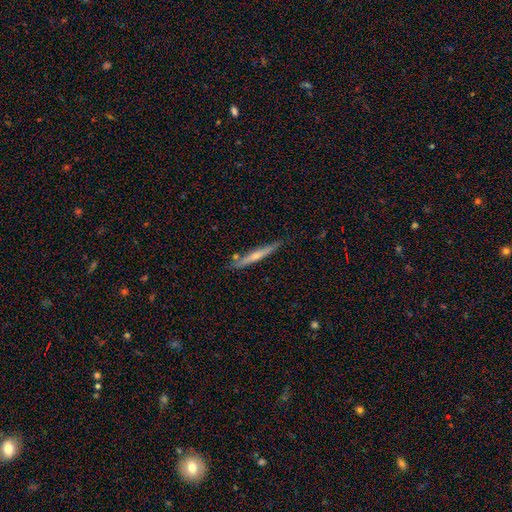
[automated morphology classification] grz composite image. It shows a featured or disk galaxy (52%) viewed edge-on (95%). Merging: none (79%).